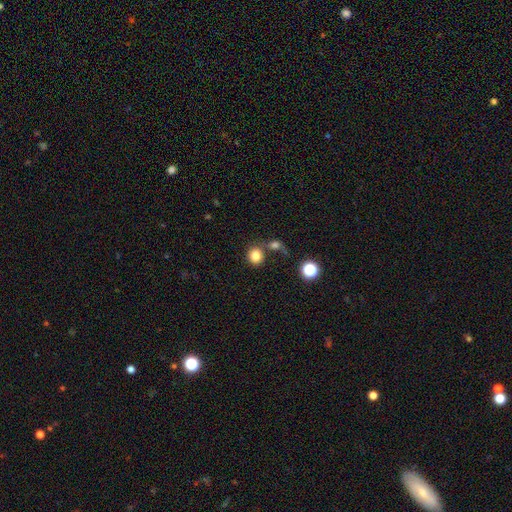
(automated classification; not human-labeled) This appears to be a smooth galaxy with no disk features (82%) that is round (80%). Merging: none (67%).